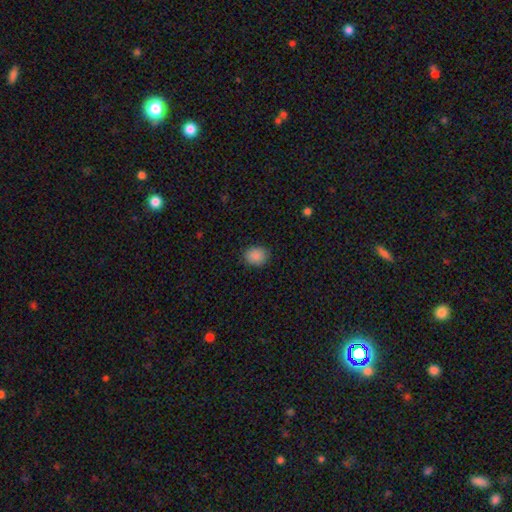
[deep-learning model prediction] A smooth galaxy with no disk features (88%) that is round (58%). Merging: none (86%).